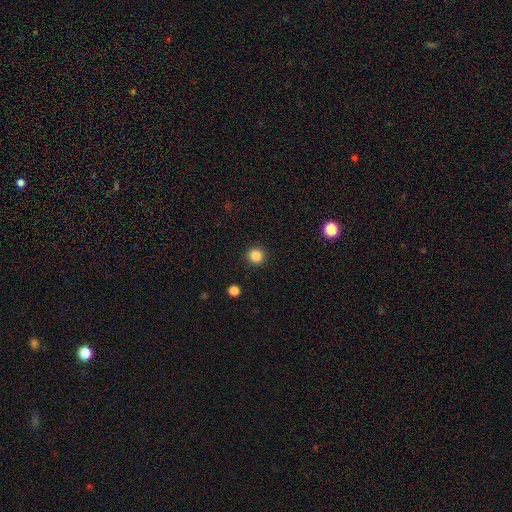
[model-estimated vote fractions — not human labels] A smooth galaxy with no disk features (85%) that is round (93%). Merging: none (92%).